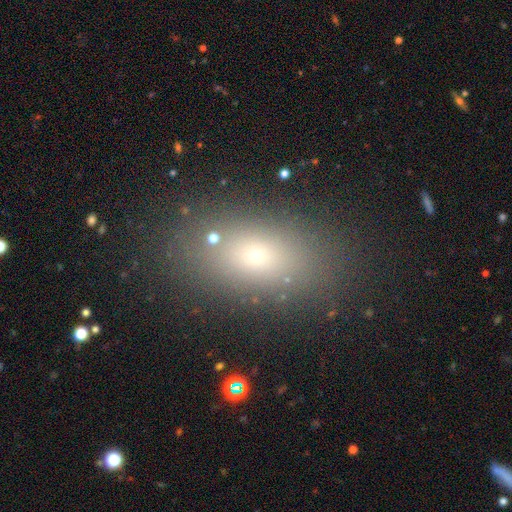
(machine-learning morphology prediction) A smooth galaxy with no disk features (68%) that is in between round and cigar-shaped (81%). Merging: none (83%).